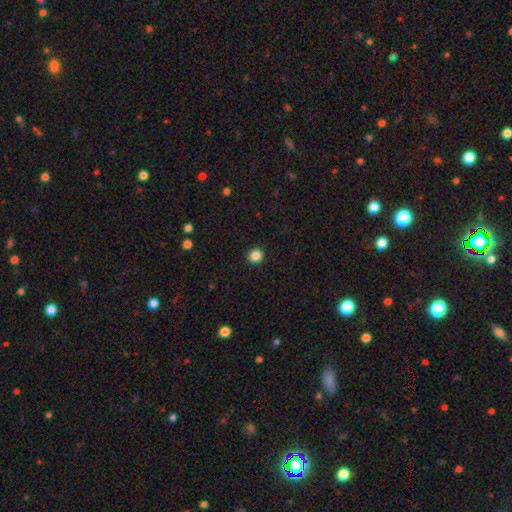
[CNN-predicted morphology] Q: Smooth or featured?
A: smooth (85%); runner-up: star or artifact (11%)
Q: How rounded?
A: round (94%); runner-up: in between (6%)
Q: Merging?
A: none (93%); runner-up: minor disturbance (4%)